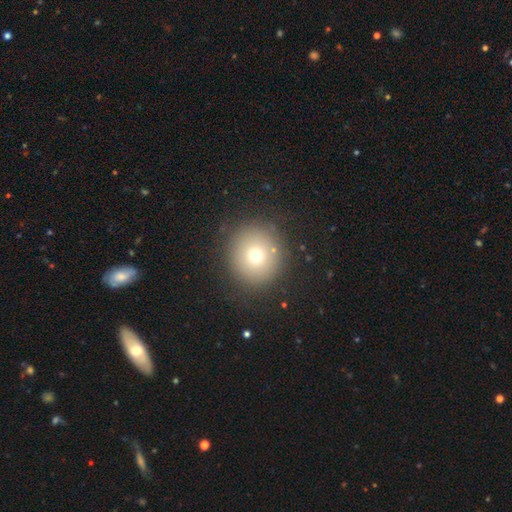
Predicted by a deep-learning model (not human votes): Overall: smooth (70%). How rounded: round (92%). Merging: none (87%).